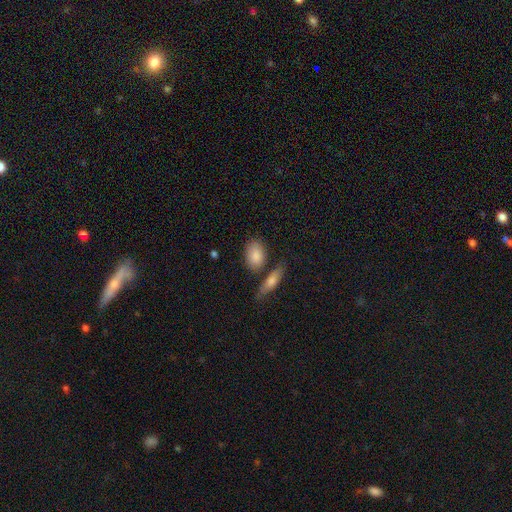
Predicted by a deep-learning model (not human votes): Overall: smooth (85%). How rounded: in between (85%). Merging: none (69%).